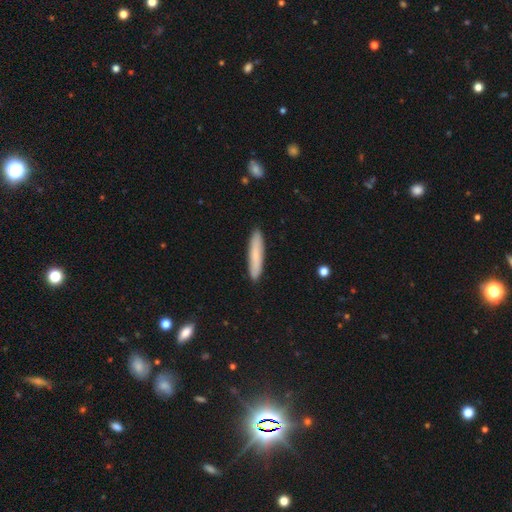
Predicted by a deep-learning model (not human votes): A smooth galaxy with no disk features (76%) that is cigar-shaped (89%).

Vote fractions:
- Smooth or featured? smooth: 76% / featured or disk: 17% / star or artifact: 6%
- How rounded? cigar-shaped: 89% / in between: 10% / round: 1%
- Merging? none: 89% / minor disturbance: 8% / major disturbance: 1% / merger: 1%